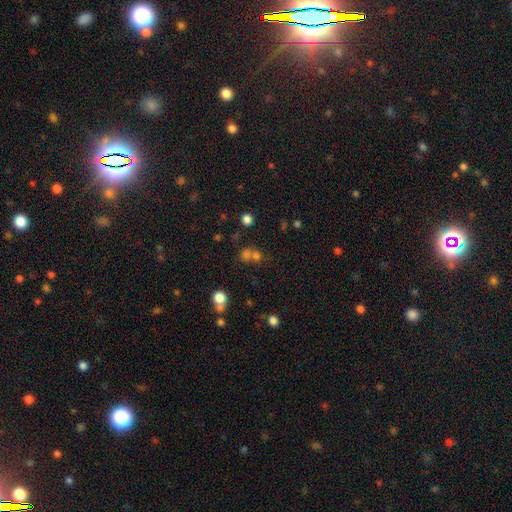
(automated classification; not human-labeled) This is likely a smooth galaxy (66%). How rounded: likely round (80%). Merging: marginally merger (44%, tied with none).